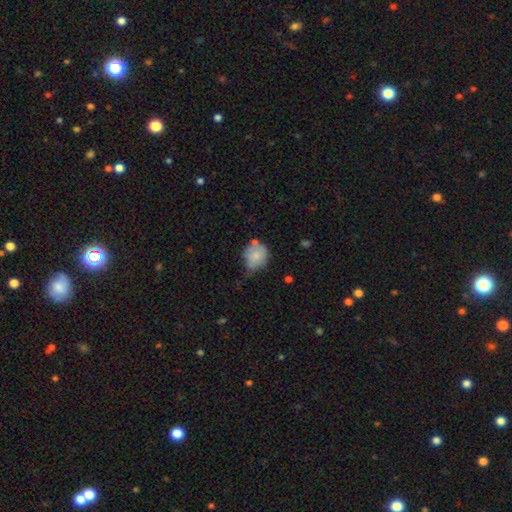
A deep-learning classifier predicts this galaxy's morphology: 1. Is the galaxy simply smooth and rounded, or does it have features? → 79% smooth, 13% featured or disk, 8% star or artifact.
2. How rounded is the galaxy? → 64% round, 35% in between, 1% cigar-shaped.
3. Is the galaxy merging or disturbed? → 40% minor disturbance, 36% none, 13% major disturbance, 11% merger.